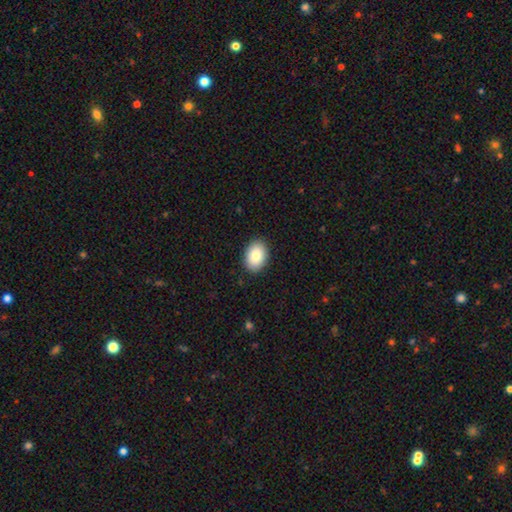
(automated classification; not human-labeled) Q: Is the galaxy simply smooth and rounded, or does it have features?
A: smooth — 84%.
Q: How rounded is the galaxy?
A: in between — 79%.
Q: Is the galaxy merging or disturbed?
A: none — 90%.